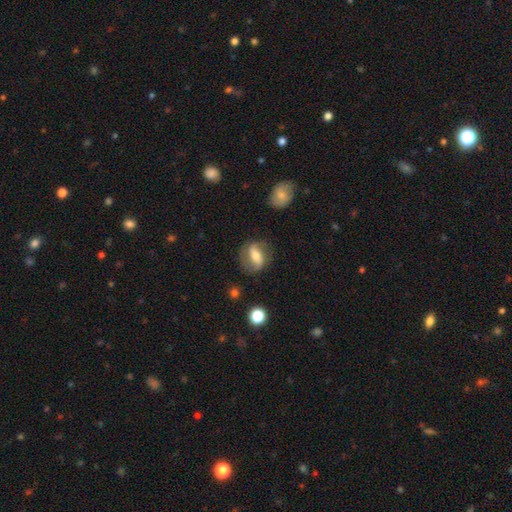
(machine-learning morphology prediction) Smooth or featured? Predicted: featured or disk (p=0.61). Edge-on disk? Predicted: no (p=0.90). Bar? Predicted: strong (p=0.54). Spiral arms? Predicted: yes (p=0.76). Bulge size? Predicted: moderate (p=0.56). Merging? Predicted: none (p=0.74).